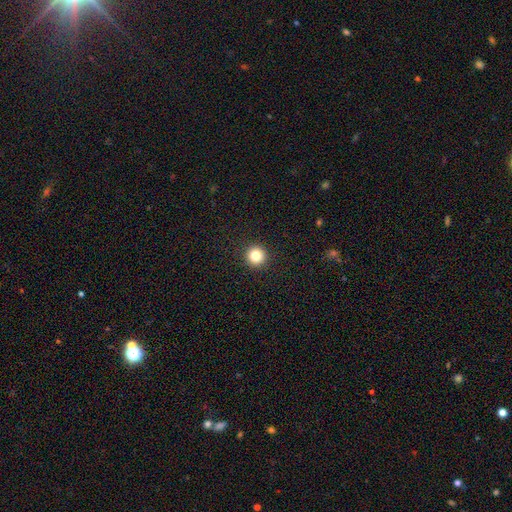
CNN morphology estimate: smooth 83%, star or artifact 12%, featured or disk 6%. Down the decision tree: how rounded — round (96%); merging — none (94%).